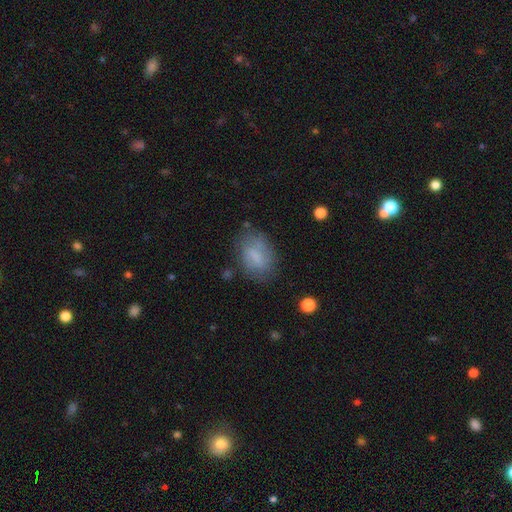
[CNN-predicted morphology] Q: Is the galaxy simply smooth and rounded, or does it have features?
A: smooth — 69%.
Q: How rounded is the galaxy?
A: in between — 85%.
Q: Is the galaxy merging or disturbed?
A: none — 69%.